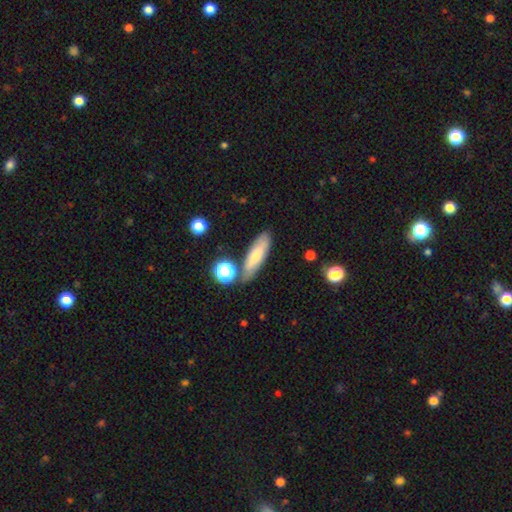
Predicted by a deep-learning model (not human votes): Smooth or featured? Predicted: smooth (p=0.64). How rounded? Predicted: cigar-shaped (p=0.61). Merging? Predicted: none (p=0.74).